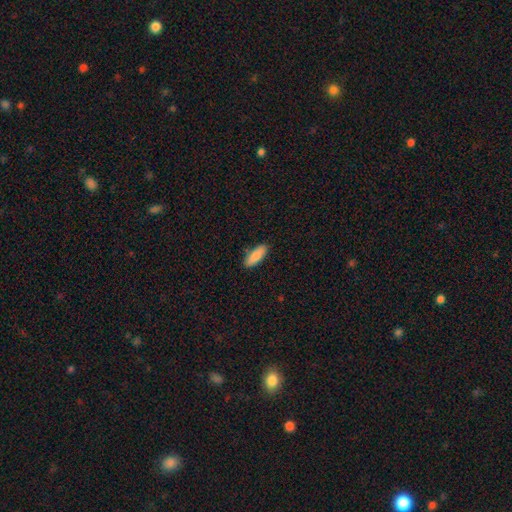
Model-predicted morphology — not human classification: A smooth galaxy with no disk features (87%) that is in between round and cigar-shaped (66%). Merging: none (87%).